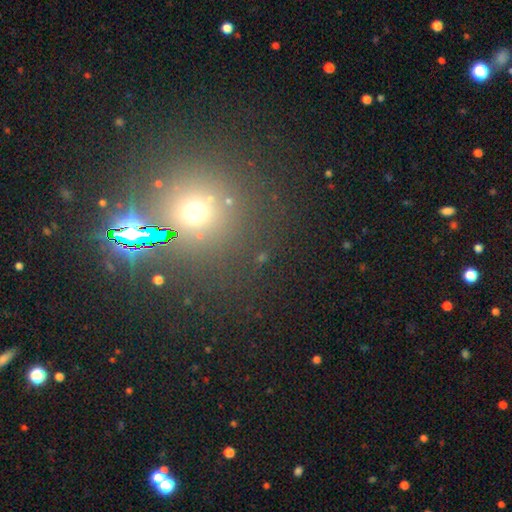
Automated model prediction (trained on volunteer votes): Smooth or featured? Predicted: star or artifact (p=0.61).